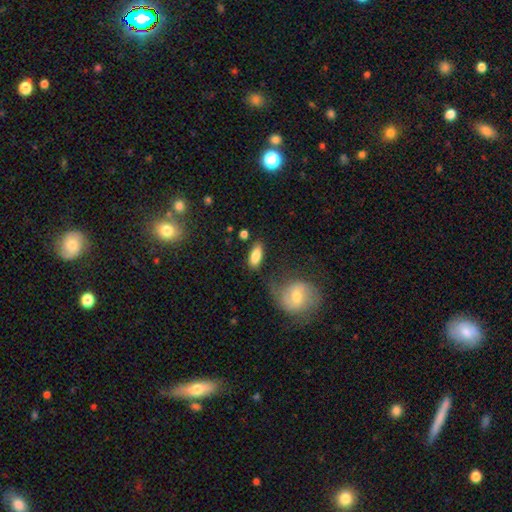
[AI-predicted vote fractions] The model was most divided on "merging": none: 73%, minor disturbance: 15%, merger: 7%, major disturbance: 5%. More confident: how rounded — in between (85%); smooth or featured — smooth (83%).